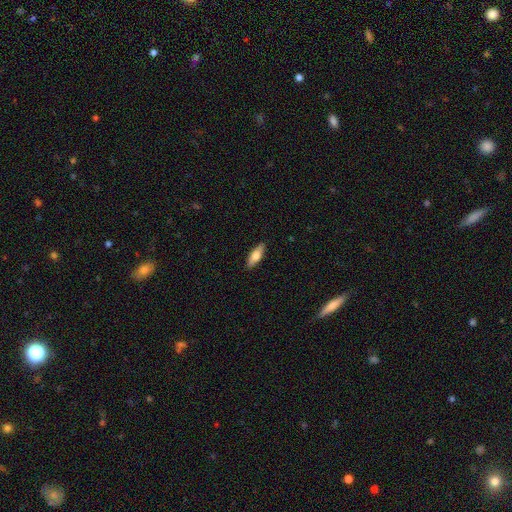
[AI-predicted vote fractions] Overall: smooth (66%; featured or disk 28%). How rounded: in between (60%; cigar-shaped 38%). Merging: none (89%).